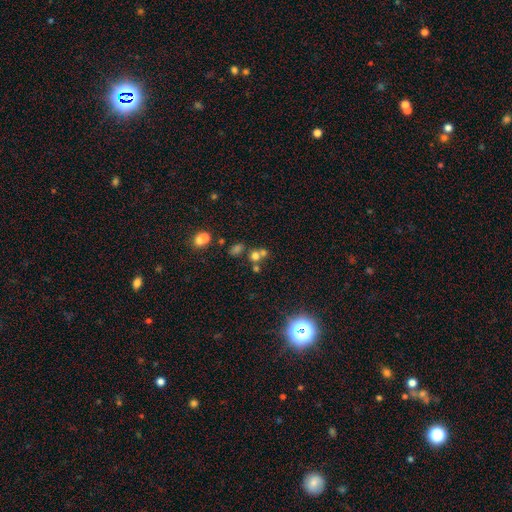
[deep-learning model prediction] Smooth or featured?
  - smooth: 61% *
  - star or artifact: 26%
  - featured or disk: 13%
How rounded?
  - round: 76% *
  - in between: 23%
  - cigar-shaped: 1%
Merging?
  - none: 46% *
  - merger: 42%
  - minor disturbance: 8%
  - major disturbance: 5%